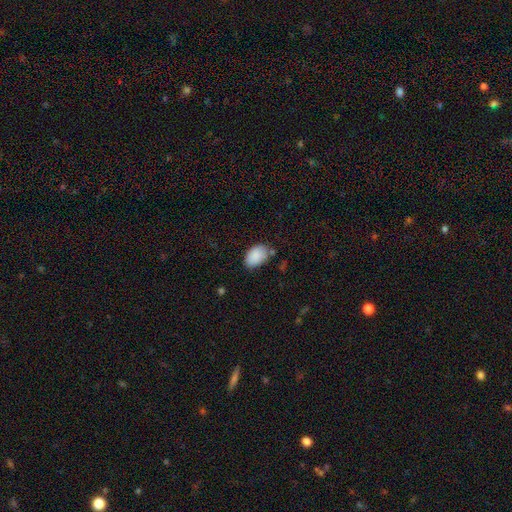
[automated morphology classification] Smooth or featured?
  - smooth: 88% *
  - star or artifact: 7%
  - featured or disk: 5%
How rounded?
  - in between: 89% *
  - round: 9%
  - cigar-shaped: 1%
Merging?
  - none: 68% *
  - minor disturbance: 22%
  - merger: 5%
  - major disturbance: 5%